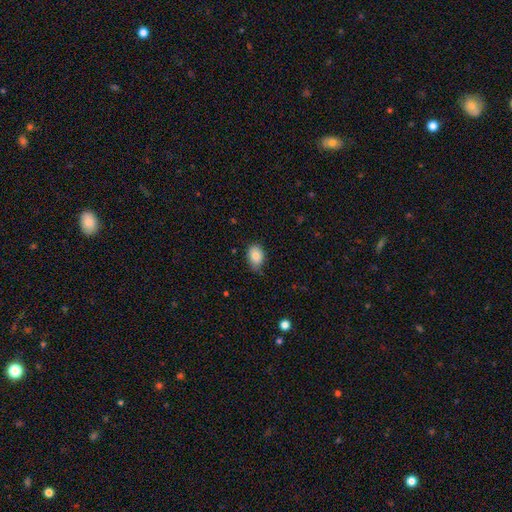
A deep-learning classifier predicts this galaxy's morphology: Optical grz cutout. It shows a smooth galaxy with no disk features (84%) that is in between round and cigar-shaped (79%). Merging: none (69%).